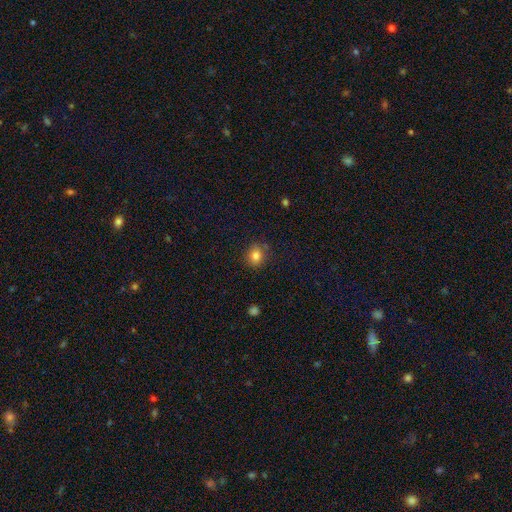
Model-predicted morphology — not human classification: type=smooth (81%); roundness=round (70%); merging=none (83%).